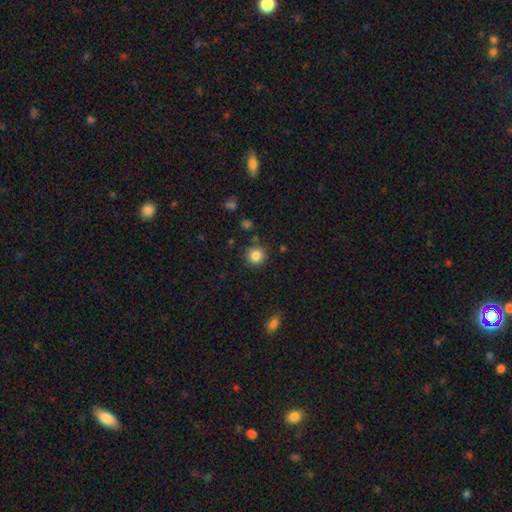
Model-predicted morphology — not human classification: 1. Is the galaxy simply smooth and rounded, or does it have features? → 85% smooth, 11% star or artifact, 4% featured or disk.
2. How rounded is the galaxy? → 93% round, 6% in between, 1% cigar-shaped.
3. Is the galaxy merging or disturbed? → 85% none, 9% minor disturbance, 3% merger, 3% major disturbance.